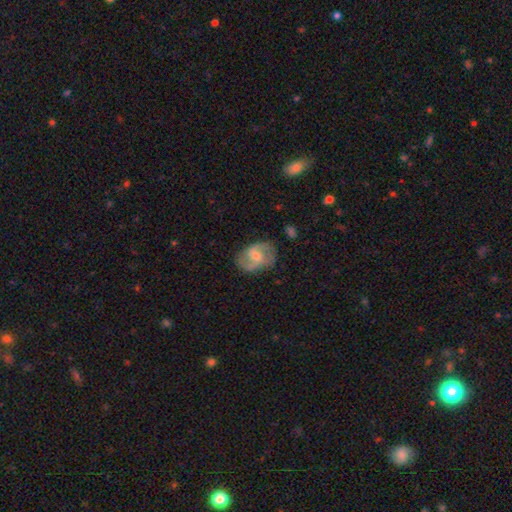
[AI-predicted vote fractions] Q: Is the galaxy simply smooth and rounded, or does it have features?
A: featured or disk — 73%.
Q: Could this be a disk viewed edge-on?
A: no — 97%.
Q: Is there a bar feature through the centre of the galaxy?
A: weak — 50%.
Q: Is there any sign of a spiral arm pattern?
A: yes — 91%.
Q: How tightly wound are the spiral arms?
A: medium — 51%.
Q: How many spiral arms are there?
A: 2 — 82%.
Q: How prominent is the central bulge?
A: small — 48%.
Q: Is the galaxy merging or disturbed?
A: none — 71%.